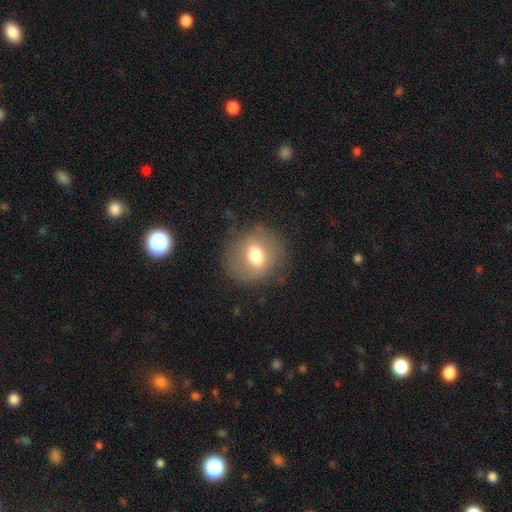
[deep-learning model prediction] Smooth or featured?
  - smooth: 65% *
  - featured or disk: 25%
  - star or artifact: 10%
How rounded?
  - round: 71% *
  - in between: 28%
  - cigar-shaped: 1%
Merging?
  - none: 75% *
  - minor disturbance: 15%
  - major disturbance: 8%
  - merger: 1%